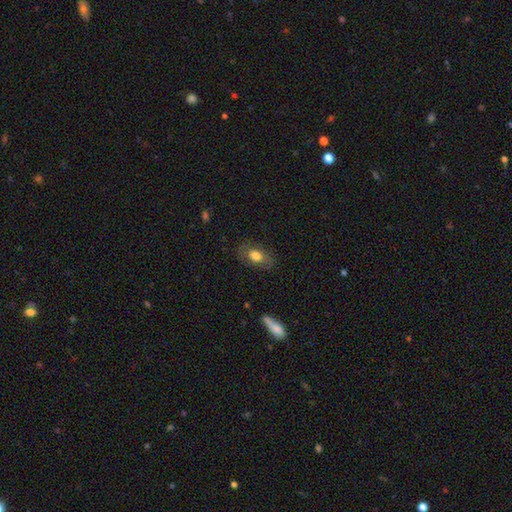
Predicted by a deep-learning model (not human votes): Smooth or featured?
  - smooth: 70% *
  - featured or disk: 22%
  - star or artifact: 8%
How rounded?
  - in between: 84% *
  - round: 14%
  - cigar-shaped: 2%
Merging?
  - none: 77% *
  - minor disturbance: 15%
  - major disturbance: 6%
  - merger: 1%